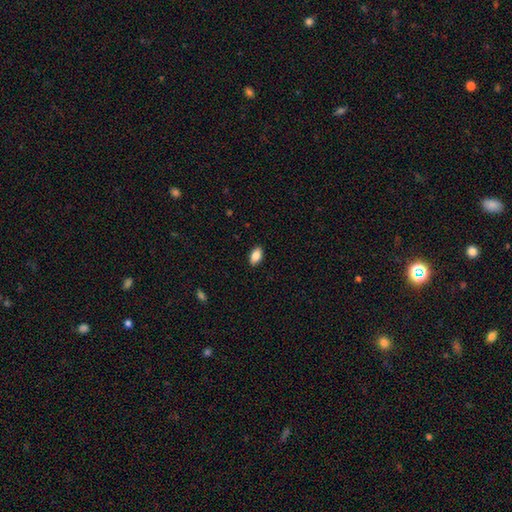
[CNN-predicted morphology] Overall: smooth (87%). How rounded: in between (92%). Merging: none (89%).